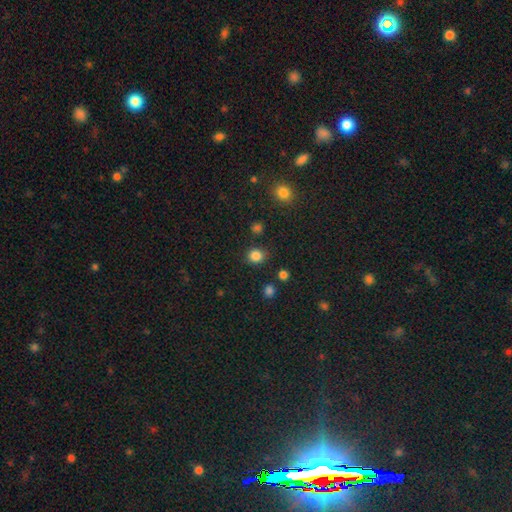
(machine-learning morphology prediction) Smooth or featured?
  - smooth: 84% *
  - star or artifact: 12%
  - featured or disk: 4%
How rounded?
  - round: 77% *
  - in between: 22%
  - cigar-shaped: 1%
Merging?
  - none: 83% *
  - minor disturbance: 10%
  - merger: 4%
  - major disturbance: 3%